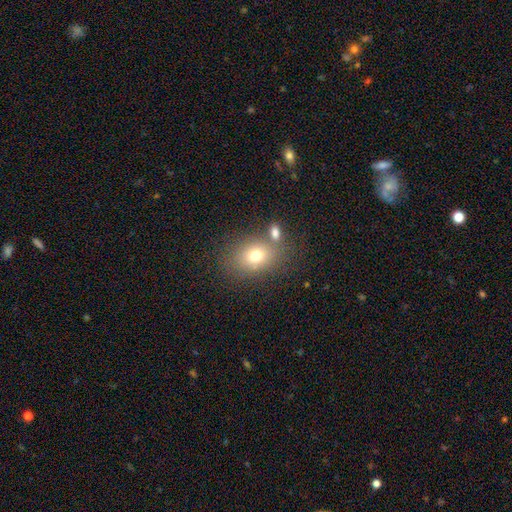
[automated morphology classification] A smooth galaxy with no disk features (74%) that is in between round and cigar-shaped (63%). Merging: none (63%).